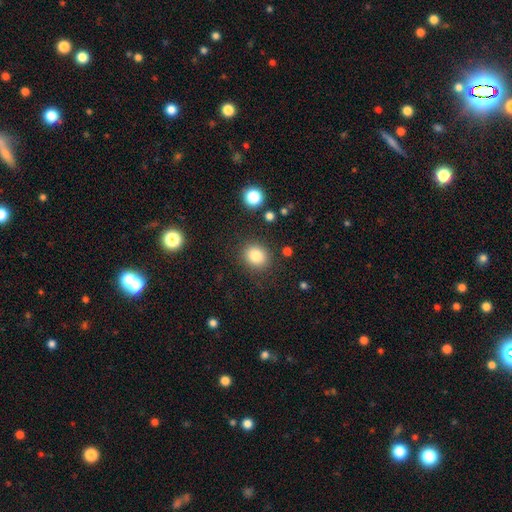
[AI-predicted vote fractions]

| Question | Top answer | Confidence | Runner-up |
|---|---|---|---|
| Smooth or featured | smooth | 83% | star or artifact (11%) |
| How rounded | round | 74% | in between (25%) |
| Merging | none | 85% | minor disturbance (9%) |